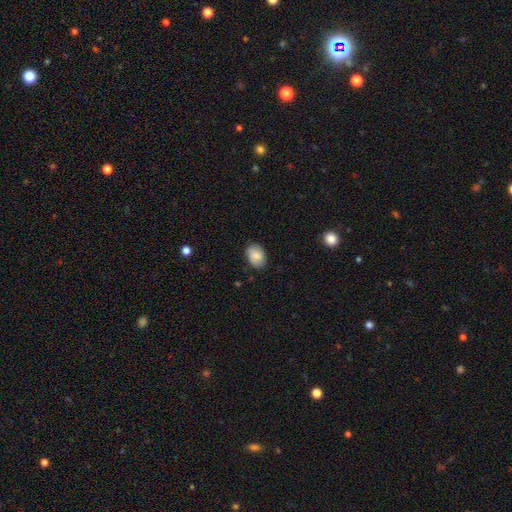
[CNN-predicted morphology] Smooth or featured? smooth (83%)
How rounded? in between (81%)
Merging? none (83%)